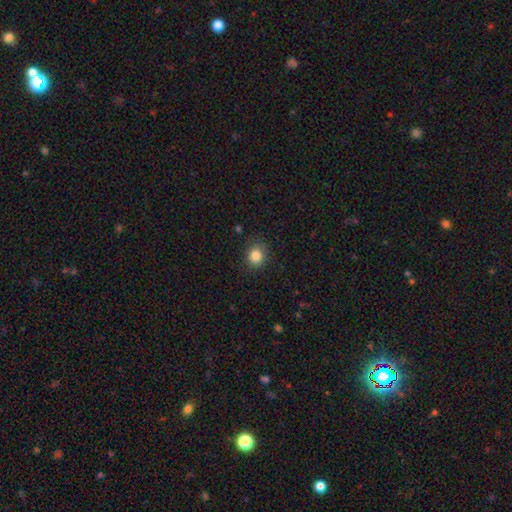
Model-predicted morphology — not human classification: type=smooth (84%); roundness=round (76%); merging=none (86%).